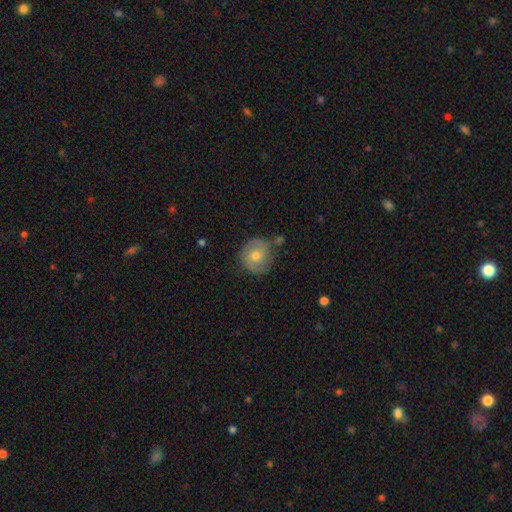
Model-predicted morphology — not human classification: This appears to be a featured or disk galaxy (54%) with no bar (74%), spiral arms (81%) and a moderate central bulge (66%). Merging: none (72%).